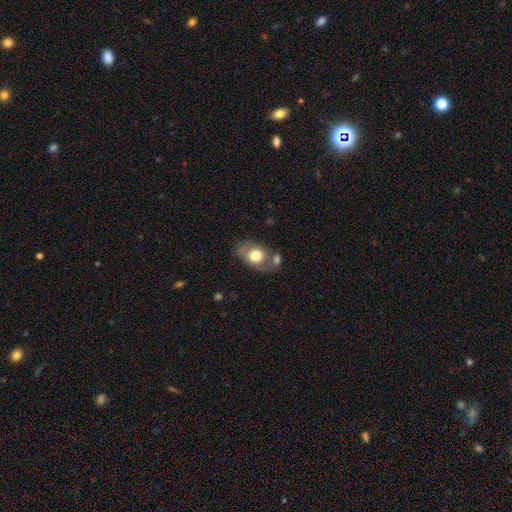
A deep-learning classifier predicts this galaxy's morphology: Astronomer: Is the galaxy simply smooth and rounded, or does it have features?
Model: smooth — 61%.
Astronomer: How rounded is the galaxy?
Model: in between — 60% (runner-up: round, 39%).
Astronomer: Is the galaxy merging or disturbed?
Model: none — 52%.